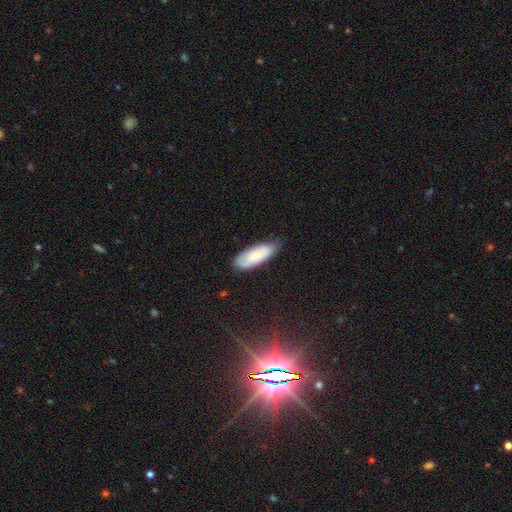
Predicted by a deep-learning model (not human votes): Smooth or featured?
  - smooth: 75% *
  - featured or disk: 18%
  - star or artifact: 6%
How rounded?
  - in between: 72% *
  - cigar-shaped: 27%
  - round: 2%
Merging?
  - none: 64% *
  - minor disturbance: 29%
  - major disturbance: 5%
  - merger: 2%